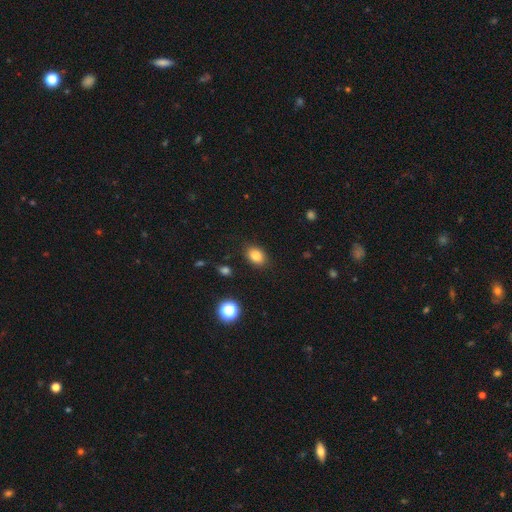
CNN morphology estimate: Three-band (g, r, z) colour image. It shows a smooth galaxy with no disk features (83%) that is in between round and cigar-shaped (72%). Merging: none (86%).